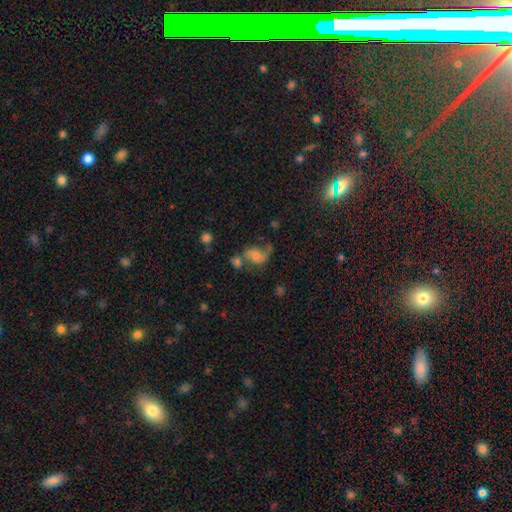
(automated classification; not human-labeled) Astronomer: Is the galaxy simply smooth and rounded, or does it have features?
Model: smooth — 44% (runner-up: featured or disk, 43%).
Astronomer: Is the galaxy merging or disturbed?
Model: none — 33% (runner-up: merger, 29%).